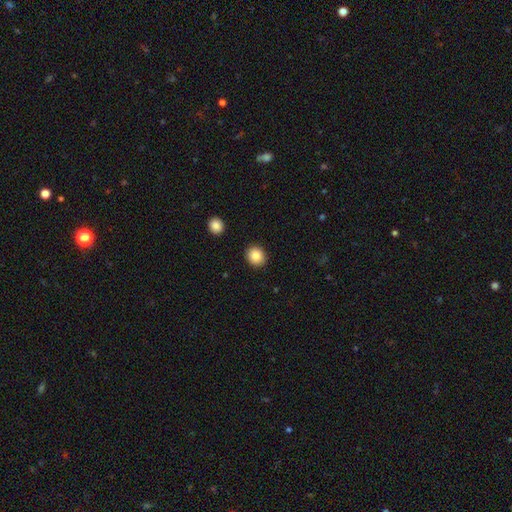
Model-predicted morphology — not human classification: smooth_or_featured: smooth (p=0.87) [alt: star or artifact p=0.09]
how_rounded: round (p=0.79) [alt: in between p=0.20]
merging: none (p=0.90) [alt: minor disturbance p=0.06]